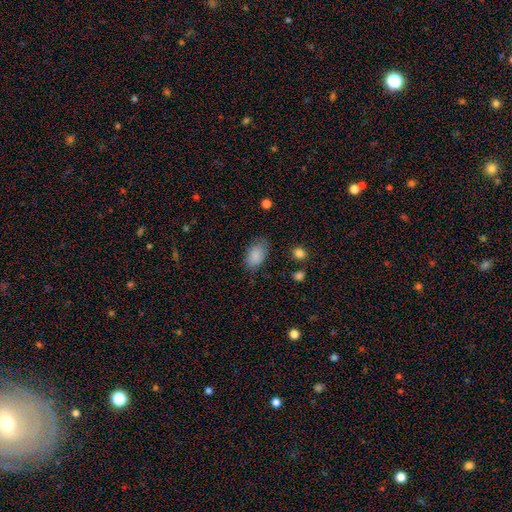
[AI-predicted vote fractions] smooth_or_featured: smooth (p=0.86) [alt: star or artifact p=0.08]
how_rounded: in between (p=0.90) [alt: round p=0.08]
merging: none (p=0.72) [alt: minor disturbance p=0.21]